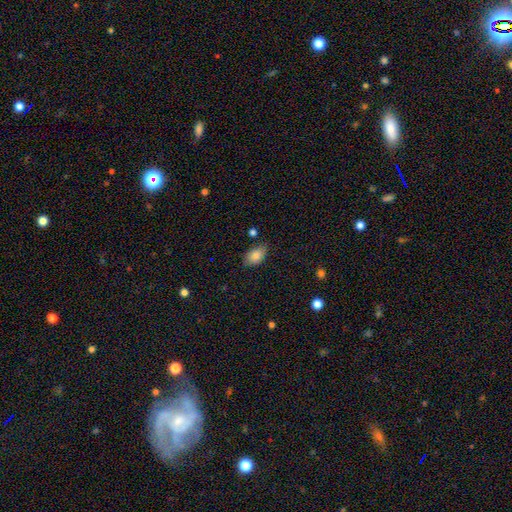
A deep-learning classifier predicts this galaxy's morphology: Q: Smooth or featured?
A: smooth (85%); runner-up: star or artifact (8%)
Q: How rounded?
A: in between (89%); runner-up: round (9%)
Q: Merging?
A: none (77%); runner-up: minor disturbance (17%)